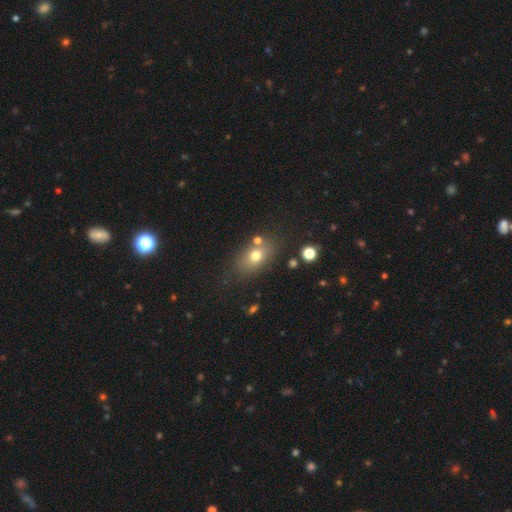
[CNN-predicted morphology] Smooth or featured?
  - smooth: 71% *
  - featured or disk: 16%
  - star or artifact: 13%
How rounded?
  - in between: 74% *
  - round: 23%
  - cigar-shaped: 3%
Merging?
  - none: 73% *
  - minor disturbance: 13%
  - merger: 10%
  - major disturbance: 5%